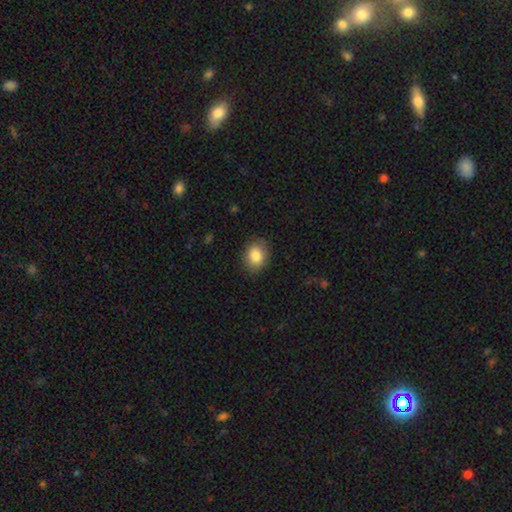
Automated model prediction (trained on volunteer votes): Smooth or featured? Predicted: smooth (p=0.85). How rounded? Predicted: in between (p=0.51). Merging? Predicted: none (p=0.86).